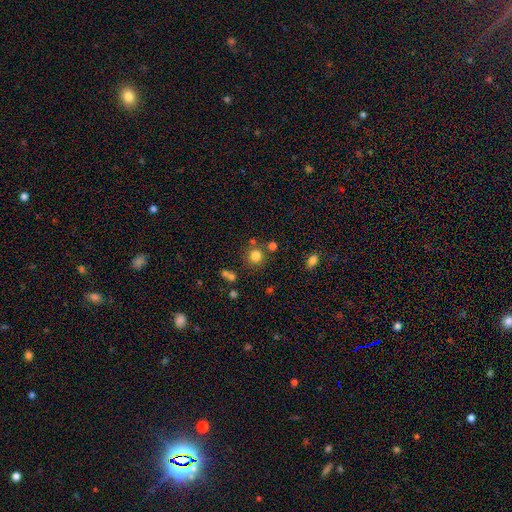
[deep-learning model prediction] Smooth or featured? Predicted: smooth (p=0.79). How rounded? Predicted: round (p=0.91). Merging? Predicted: none (p=0.76).